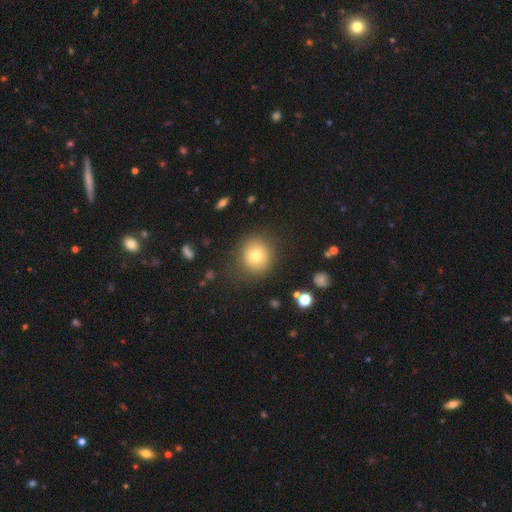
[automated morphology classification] Overall: smooth (75%). How rounded: round (85%). Merging: none (83%).